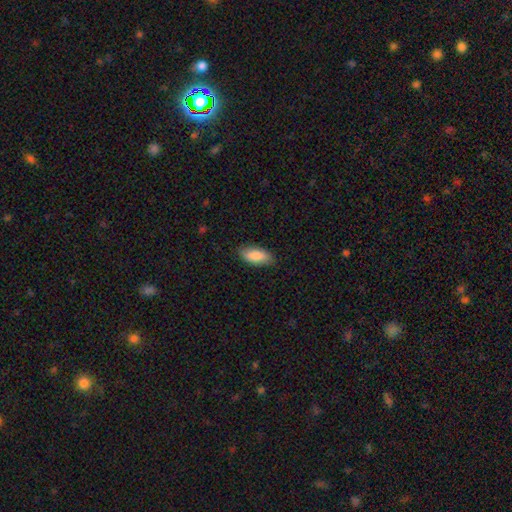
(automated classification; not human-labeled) A smooth galaxy with no disk features (86%) that is in between round and cigar-shaped (87%).

Vote fractions:
- Smooth or featured? smooth: 86% / featured or disk: 9% / star or artifact: 6%
- How rounded? in between: 87% / cigar-shaped: 11% / round: 2%
- Merging? none: 83% / minor disturbance: 14% / major disturbance: 2% / merger: 1%